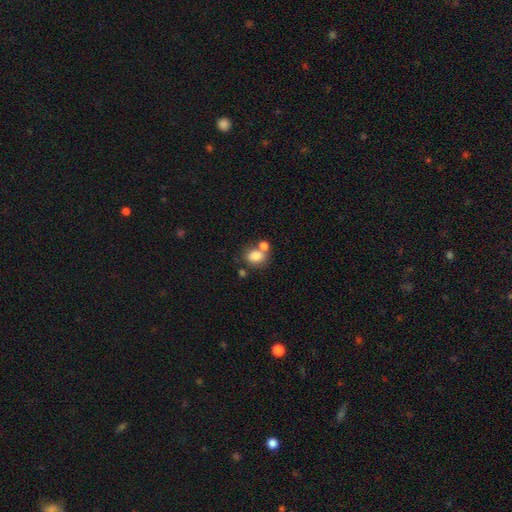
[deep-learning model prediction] Smooth or featured? Predicted: smooth (p=0.81). How rounded? Predicted: in between (p=0.52). Merging? Predicted: none (p=0.49).